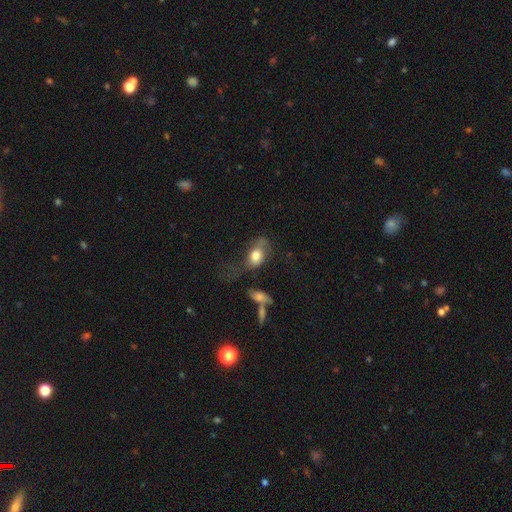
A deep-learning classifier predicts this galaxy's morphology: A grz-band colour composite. It shows a smooth galaxy with no disk features (69%) that is in between round and cigar-shaped (78%). Merging: major disturbance (38%).